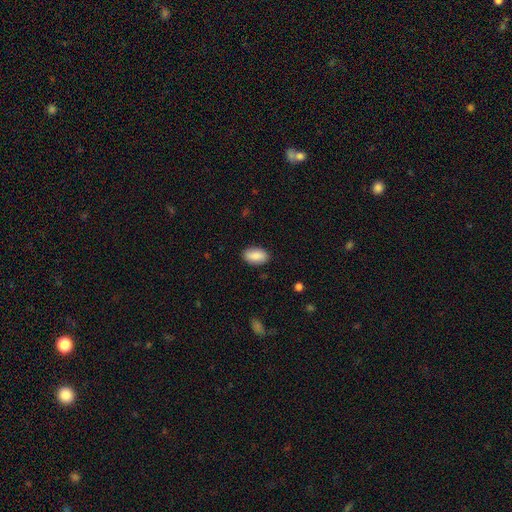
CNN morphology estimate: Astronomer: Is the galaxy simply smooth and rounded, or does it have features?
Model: smooth — 88%.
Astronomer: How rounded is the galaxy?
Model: in between — 93%.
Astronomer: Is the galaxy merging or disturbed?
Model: none — 87%.